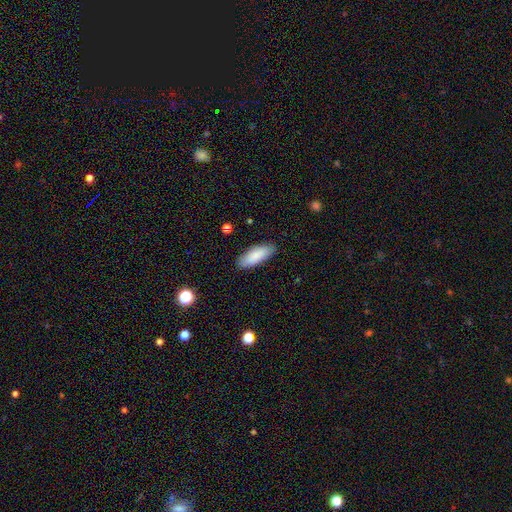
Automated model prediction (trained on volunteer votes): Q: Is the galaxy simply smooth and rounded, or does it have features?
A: smooth — 87%.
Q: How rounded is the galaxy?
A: in between — 74%.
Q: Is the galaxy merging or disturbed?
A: none — 87%.